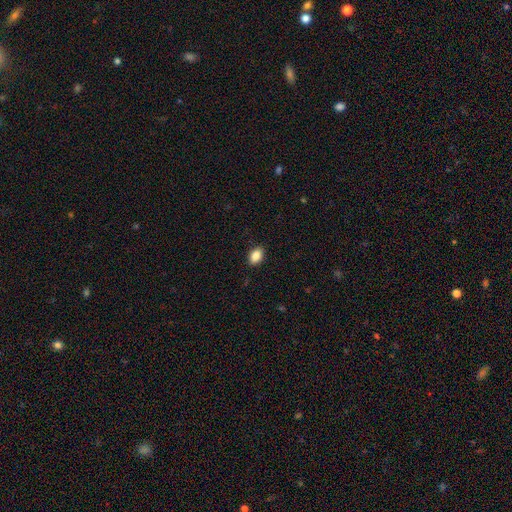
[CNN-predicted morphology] Smooth or featured? Predicted: smooth (p=0.88). How rounded? Predicted: in between (p=0.86). Merging? Predicted: none (p=0.88).